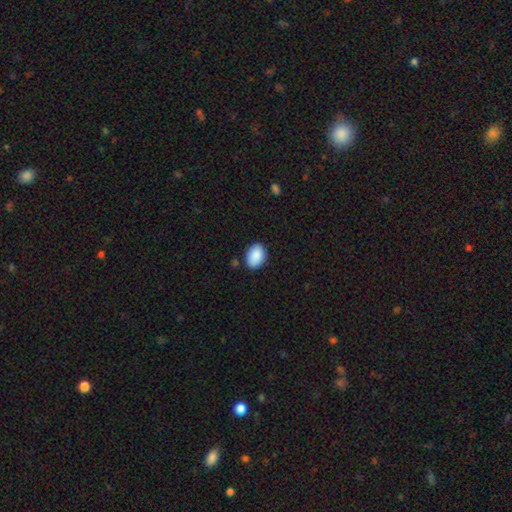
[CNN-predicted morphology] type=smooth (89%); roundness=in between (83%); merging=none (84%).